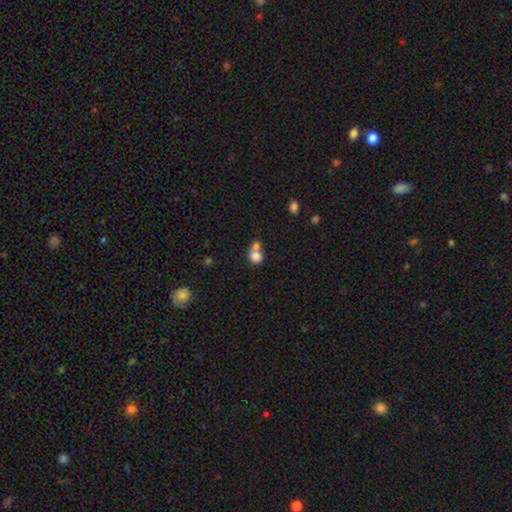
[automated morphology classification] Smooth or featured: smooth — 78% (featured or disk — 12%)
How rounded: round — 71% (in between — 28%)
Merging: merger — 59% (none — 29%)